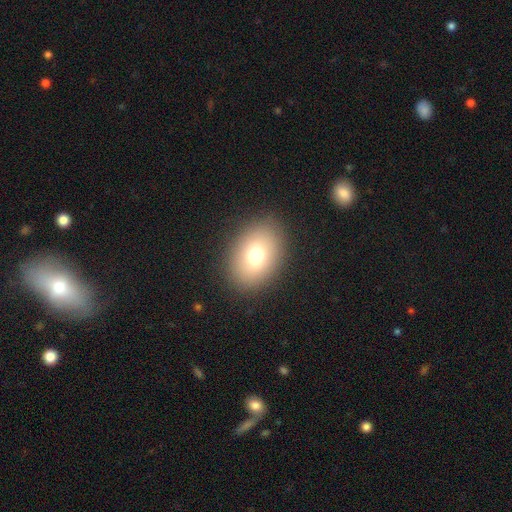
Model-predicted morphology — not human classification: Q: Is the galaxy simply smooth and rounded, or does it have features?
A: smooth — 72%.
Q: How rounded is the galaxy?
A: in between — 70%.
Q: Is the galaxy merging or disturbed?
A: none — 87%.